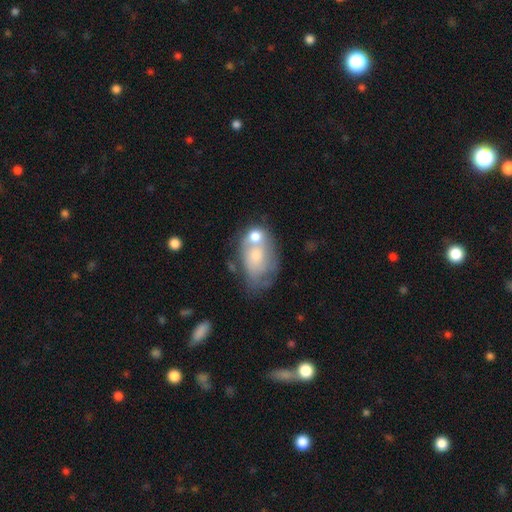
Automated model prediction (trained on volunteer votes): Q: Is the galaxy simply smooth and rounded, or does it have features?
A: smooth — 53%.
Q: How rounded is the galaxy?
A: in between — 84%.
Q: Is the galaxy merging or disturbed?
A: merger — 37%.